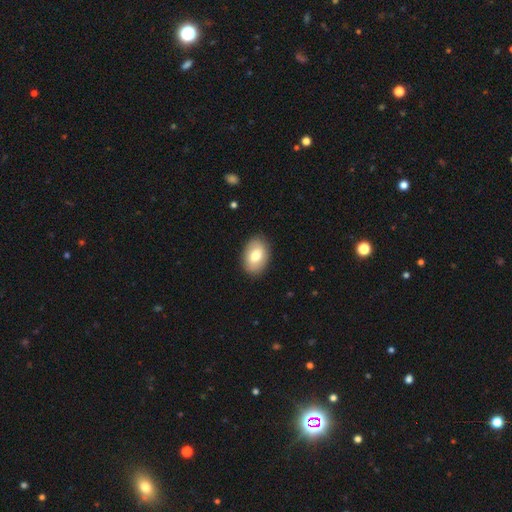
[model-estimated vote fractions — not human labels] smooth 74%, featured or disk 19%, star or artifact 7%. Down the decision tree: how rounded — in between (87%); merging — none (88%).